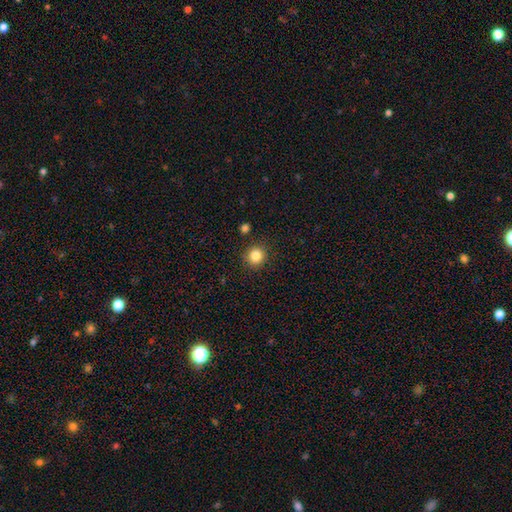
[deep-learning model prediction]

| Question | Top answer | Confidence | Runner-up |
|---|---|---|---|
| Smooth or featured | smooth | 84% | star or artifact (11%) |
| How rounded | round | 93% | in between (6%) |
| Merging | none | 89% | minor disturbance (6%) |